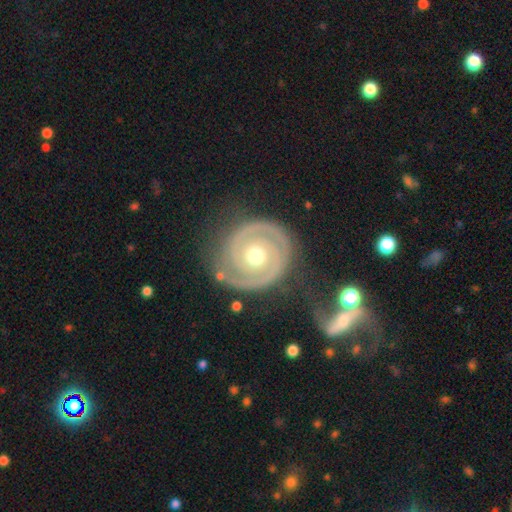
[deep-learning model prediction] A featured or disk galaxy (91%) with no bar (77%), 2 (86%) tight (78%) spiral arms (98%) and a moderate central bulge (67%). Merging: none (79%).